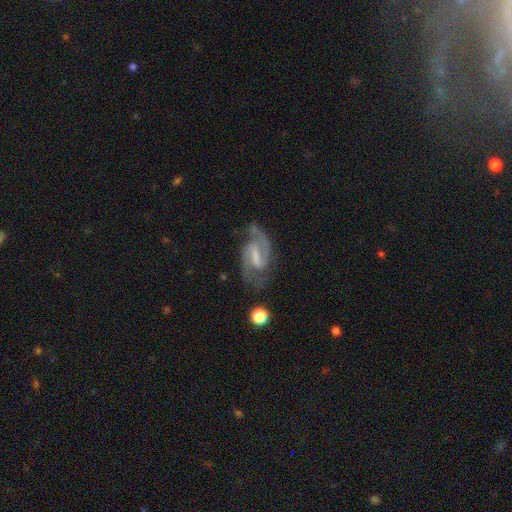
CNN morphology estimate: The model was most divided on "bar": weak: 45%, strong: 44%, no: 11%. Remaining: edge-on disk — no (97%); spiral arms — yes (97%); spiral arm count — 2 (93%); smooth or featured — featured or disk (89%); merging — none (75%); spiral winding — medium (59%); bulge size — none (42%).